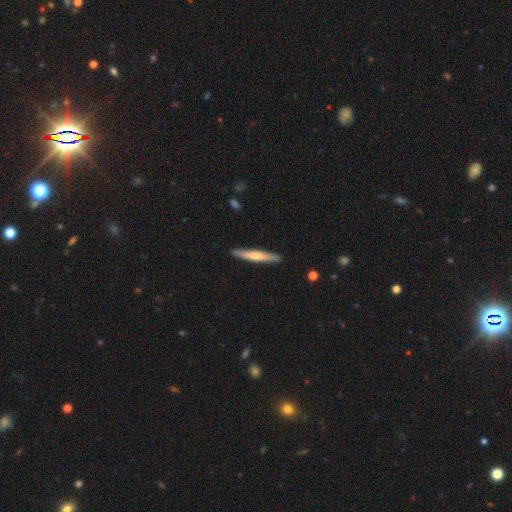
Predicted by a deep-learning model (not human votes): Q: Smooth or featured?
A: smooth (51%); runner-up: featured or disk (44%)
Q: How rounded?
A: cigar-shaped (95%); runner-up: in between (4%)
Q: Merging?
A: none (91%); runner-up: minor disturbance (7%)